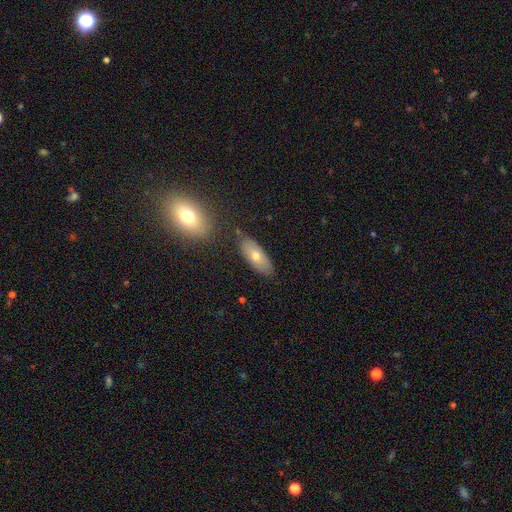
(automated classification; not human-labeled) Smooth or featured? Predicted: smooth (p=0.67). How rounded? Predicted: in between (p=0.83). Merging? Predicted: none (p=0.77).